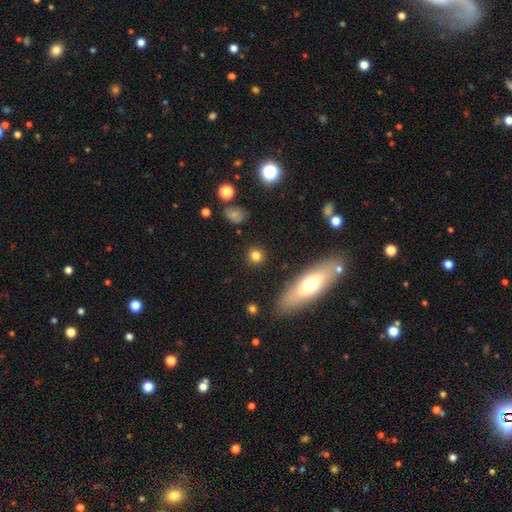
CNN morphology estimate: A smooth galaxy with no disk features (79%) that is round (88%).

Vote fractions:
- Smooth or featured? smooth: 79% / star or artifact: 12% / featured or disk: 9%
- How rounded? round: 88% / in between: 9% / cigar-shaped: 2%
- Merging? none: 88% / minor disturbance: 7% / major disturbance: 3% / merger: 2%